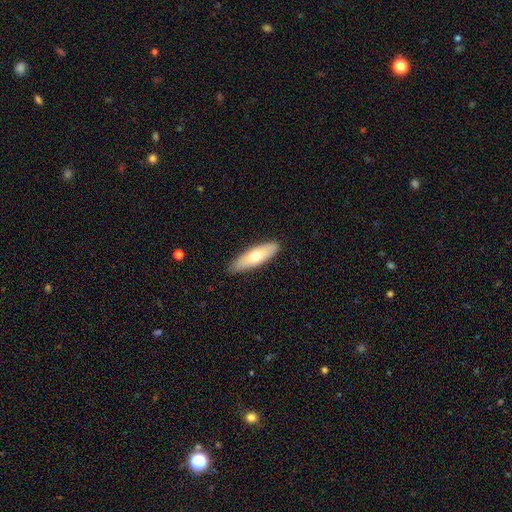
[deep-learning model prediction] A smooth galaxy with no disk features (63%) that is cigar-shaped (51%). Merging: none (87%).